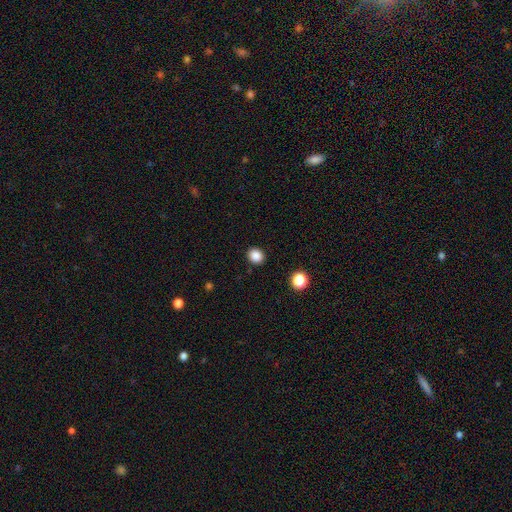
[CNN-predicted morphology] type=smooth (86%); roundness=round (70%); merging=none (90%).